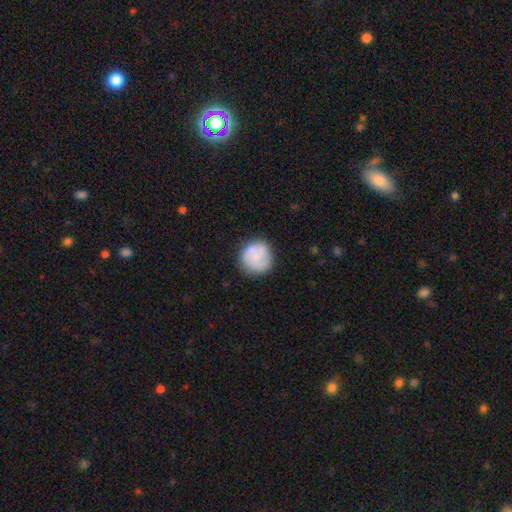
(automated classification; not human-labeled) Smooth or featured? Predicted: smooth (p=0.62). How rounded? Predicted: round (p=0.91). Merging? Predicted: none (p=0.75).